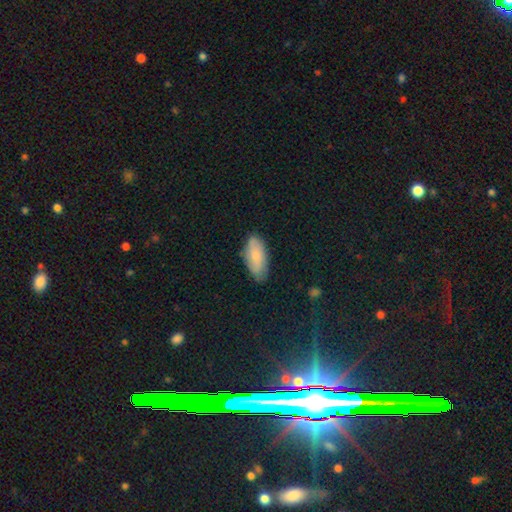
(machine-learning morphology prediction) Smooth or featured?
  - smooth: 72% *
  - featured or disk: 22%
  - star or artifact: 6%
How rounded?
  - in between: 90% *
  - cigar-shaped: 8%
  - round: 2%
Merging?
  - none: 75% *
  - minor disturbance: 20%
  - major disturbance: 3%
  - merger: 1%